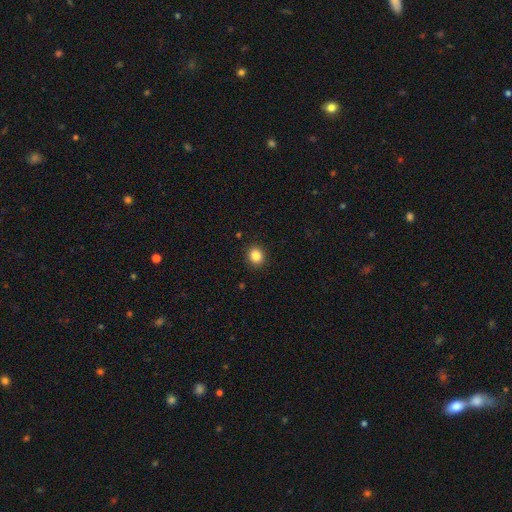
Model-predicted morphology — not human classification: A smooth galaxy with no disk features (86%) that is round (81%). Merging: none (91%).